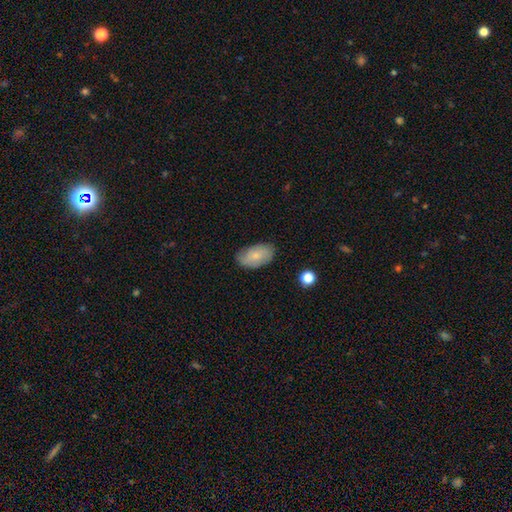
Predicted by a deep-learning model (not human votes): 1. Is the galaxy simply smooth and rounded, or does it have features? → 72% smooth, 20% featured or disk, 7% star or artifact.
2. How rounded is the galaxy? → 93% in between, 5% round, 2% cigar-shaped.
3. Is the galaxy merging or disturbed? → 76% none, 18% minor disturbance, 4% major disturbance, 1% merger.